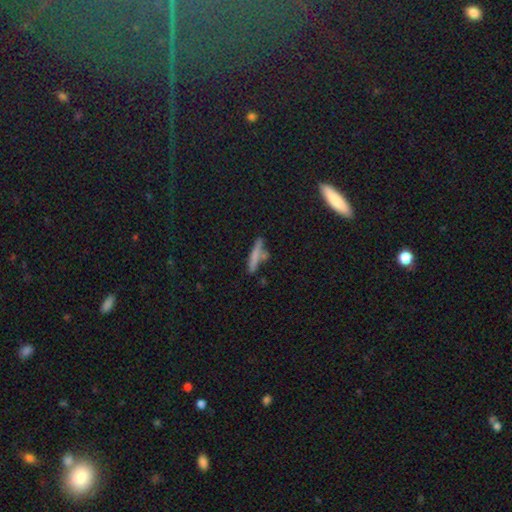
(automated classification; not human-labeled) Smooth or featured: smooth — 65% (featured or disk — 25%)
How rounded: cigar-shaped — 88% (in between — 10%)
Merging: none — 65% (minor disturbance — 15%)